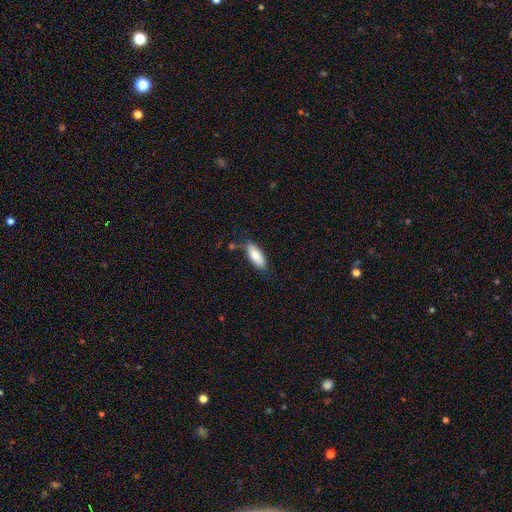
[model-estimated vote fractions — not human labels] Overall: smooth (85%). How rounded: in between (76%). Merging: none (76%).